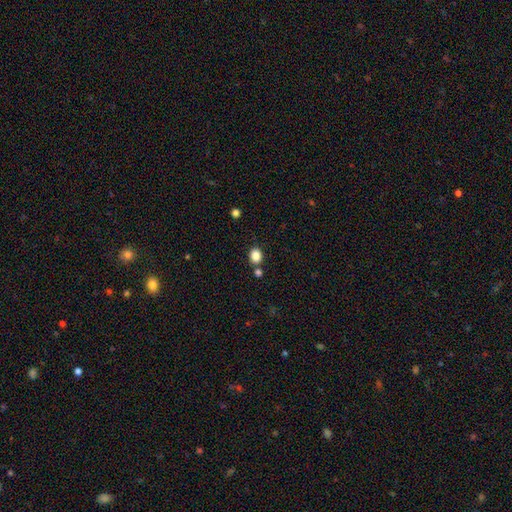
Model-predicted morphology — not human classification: The model was most divided on "how rounded": in between: 54%, round: 45%, cigar-shaped: 1%. More confident: smooth or featured — smooth (86%); merging — none (76%).